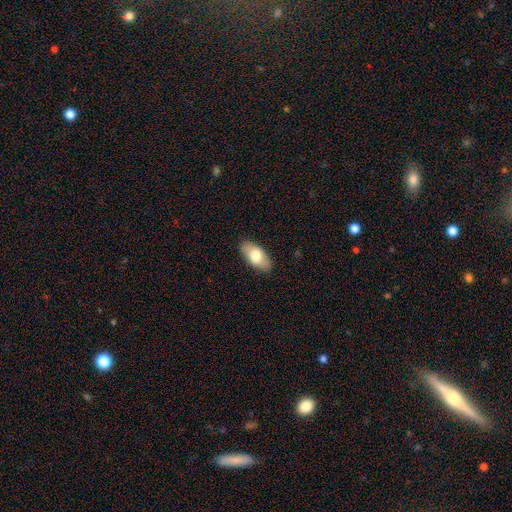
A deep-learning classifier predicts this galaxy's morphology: Smooth or featured?
  - smooth: 74% *
  - featured or disk: 20%
  - star or artifact: 6%
How rounded?
  - in between: 91% *
  - cigar-shaped: 6%
  - round: 3%
Merging?
  - none: 87% *
  - minor disturbance: 10%
  - major disturbance: 2%
  - merger: 1%